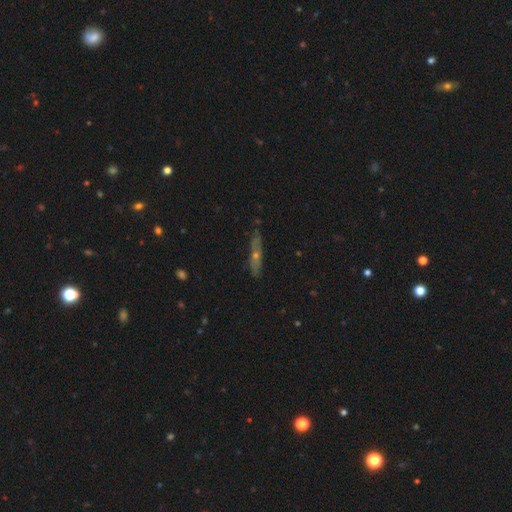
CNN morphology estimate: featured or disk 59%, smooth 31%, star or artifact 11%. Down the decision tree: edge-on disk — yes (77%); merging — none (82%).